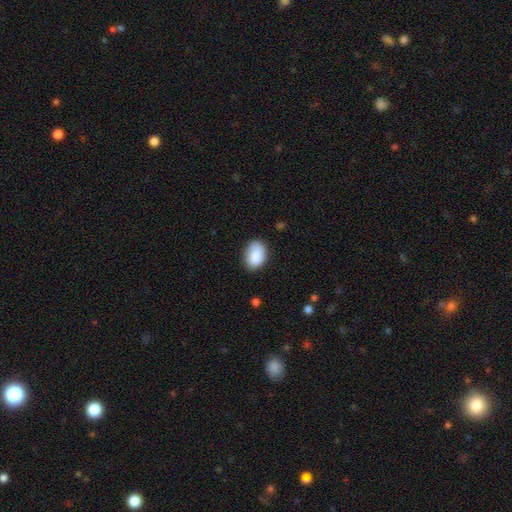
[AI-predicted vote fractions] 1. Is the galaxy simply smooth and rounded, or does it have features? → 87% smooth, 7% star or artifact, 6% featured or disk.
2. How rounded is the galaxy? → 85% in between, 13% round, 1% cigar-shaped.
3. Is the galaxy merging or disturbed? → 77% none, 18% minor disturbance, 4% major disturbance, 1% merger.